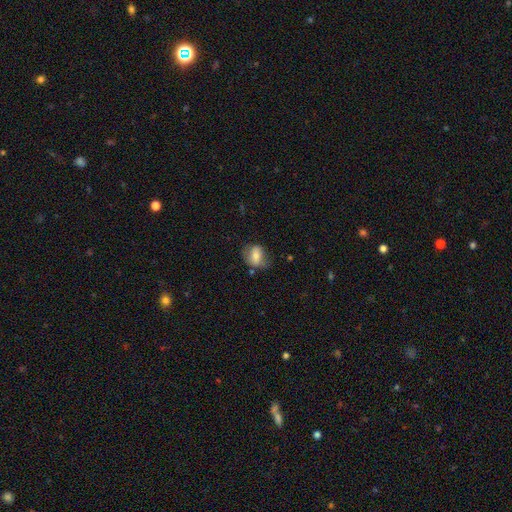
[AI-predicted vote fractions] A smooth galaxy with no disk features (66%) that is in between round and cigar-shaped (63%).

Vote fractions:
- Smooth or featured? smooth: 66% / featured or disk: 26% / star or artifact: 8%
- How rounded? in between: 63% / round: 35% / cigar-shaped: 2%
- Merging? none: 54% / minor disturbance: 29% / major disturbance: 14% / merger: 3%